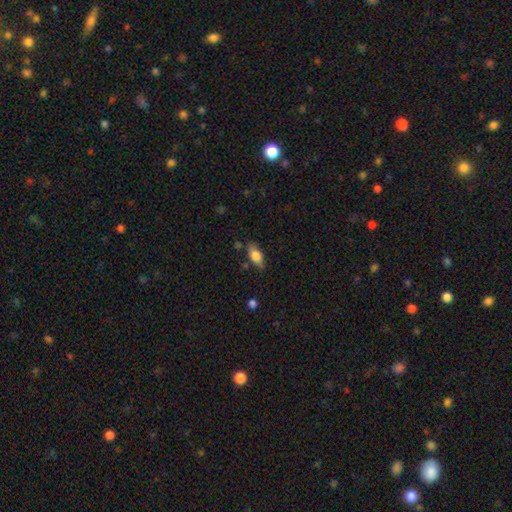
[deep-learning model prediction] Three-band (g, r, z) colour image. It shows a smooth galaxy with no disk features (77%) that is in between round and cigar-shaped (85%). Merging: none (75%).